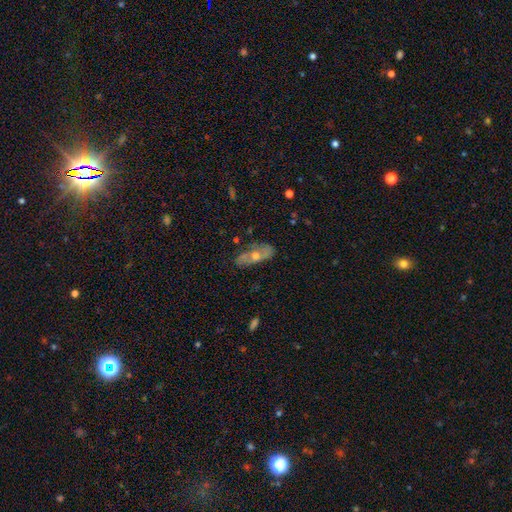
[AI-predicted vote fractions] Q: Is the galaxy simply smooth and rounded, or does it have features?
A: featured or disk — 57%.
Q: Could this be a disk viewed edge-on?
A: no — 71%.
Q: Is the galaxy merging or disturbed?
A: none — 77%.